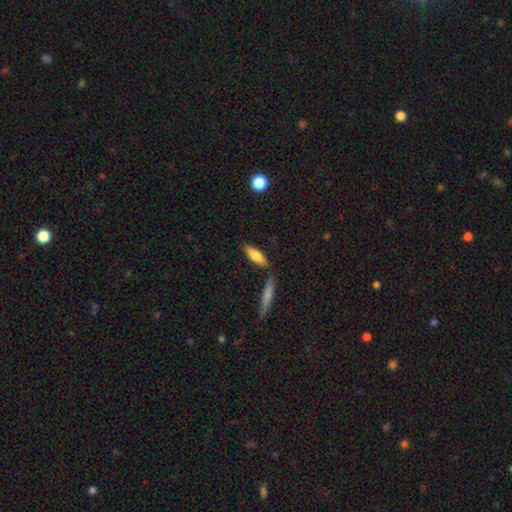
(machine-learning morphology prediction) This is likely a smooth galaxy (76%). How rounded: possibly cigar-shaped (51%). Merging: likely none (78%).